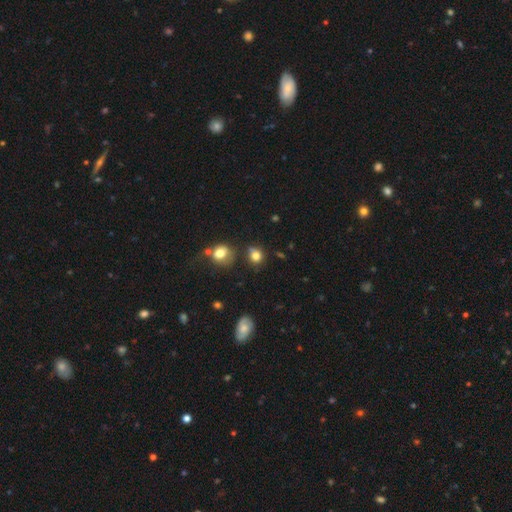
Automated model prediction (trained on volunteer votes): Smooth or featured: smooth — 79% (star or artifact — 13%)
How rounded: round — 69% (in between — 30%)
Merging: none — 61% (minor disturbance — 21%)